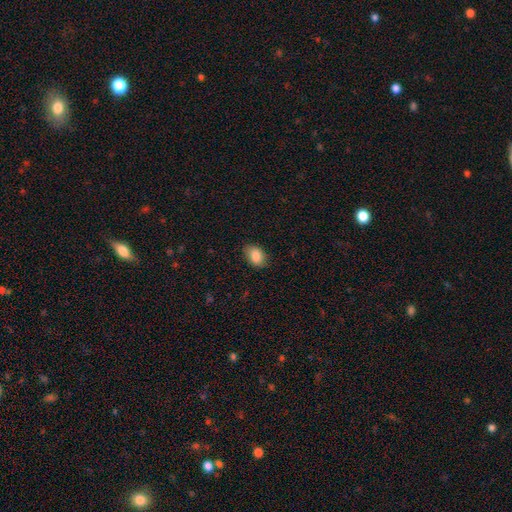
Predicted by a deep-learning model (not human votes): The model was most divided on "merging": none: 82%, minor disturbance: 14%, major disturbance: 3%, merger: 1%. More confident: smooth or featured — smooth (86%); how rounded — in between (86%).